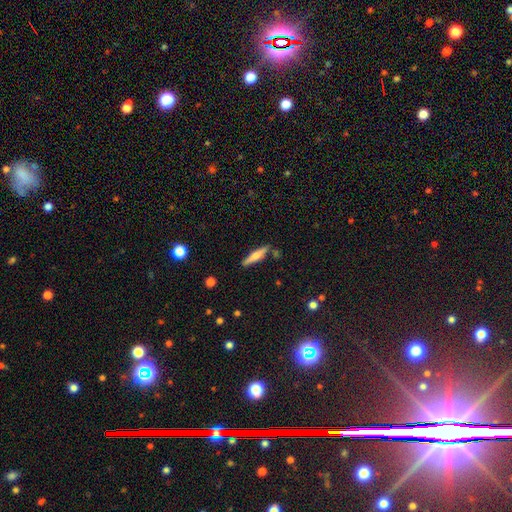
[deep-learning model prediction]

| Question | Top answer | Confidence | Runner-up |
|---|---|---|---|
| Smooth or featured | smooth | 50% | featured or disk (44%) |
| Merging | none | 83% | minor disturbance (10%) |